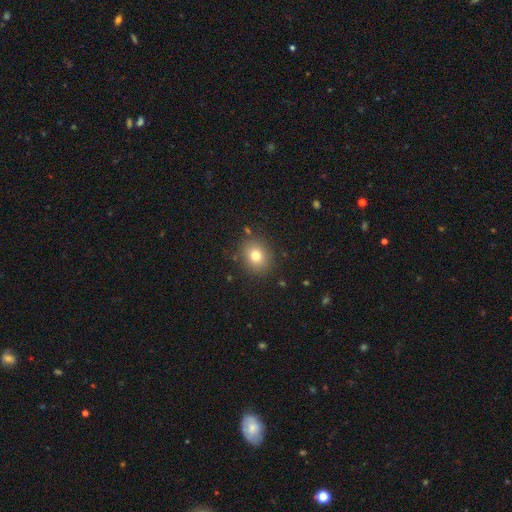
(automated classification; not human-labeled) Smooth or featured: smooth — 77% (star or artifact — 13%)
How rounded: round — 71% (in between — 28%)
Merging: none — 86% (minor disturbance — 9%)